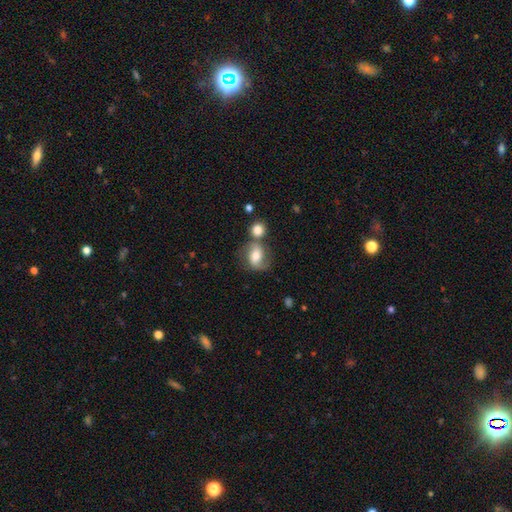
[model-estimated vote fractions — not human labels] A smooth galaxy with no disk features (56%) that is in between round and cigar-shaped (60%). Merging: none (46%).